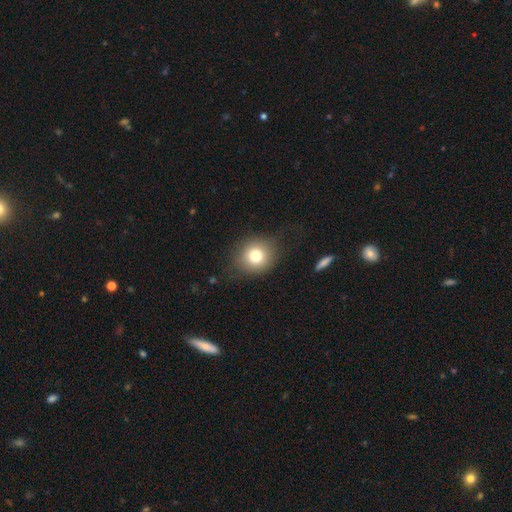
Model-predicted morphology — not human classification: smooth-or-featured: smooth: 79% | featured or disk: 10% | star or artifact: 10%
  how-rounded: round: 76% | in between: 23% | cigar-shaped: 1%
  merging: none: 79% | minor disturbance: 14% | major disturbance: 6% | merger: 2%